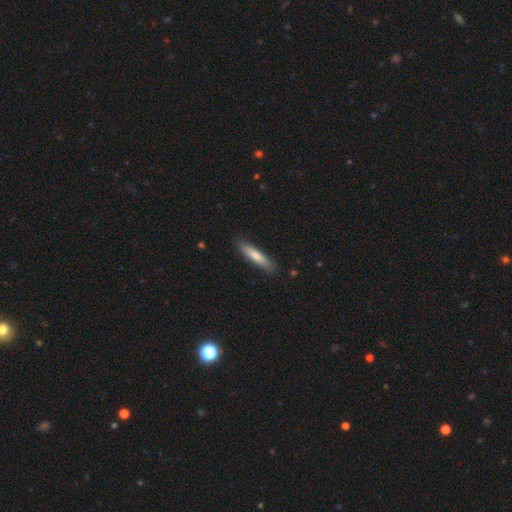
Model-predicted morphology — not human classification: type=smooth (75%); roundness=cigar-shaped (84%); merging=none (86%).